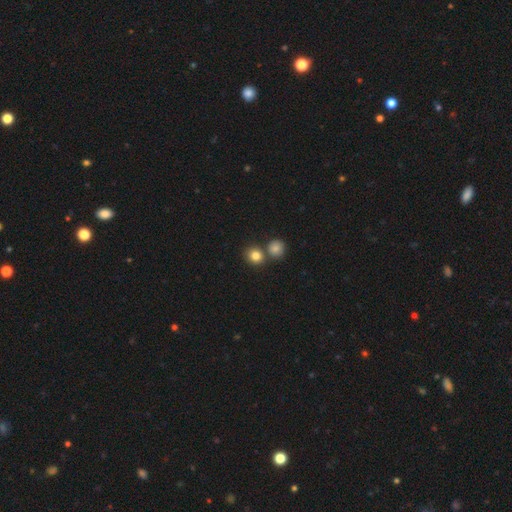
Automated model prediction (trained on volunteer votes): Morphology: type=smooth (83%); roundness=round (82%); merging=none (67%).